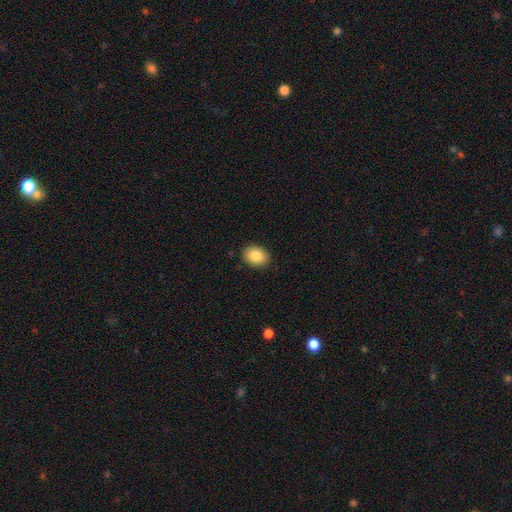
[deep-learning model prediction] smooth 86%, star or artifact 8%, featured or disk 6%. Down the decision tree: how rounded — in between (66%); merging — none (89%).